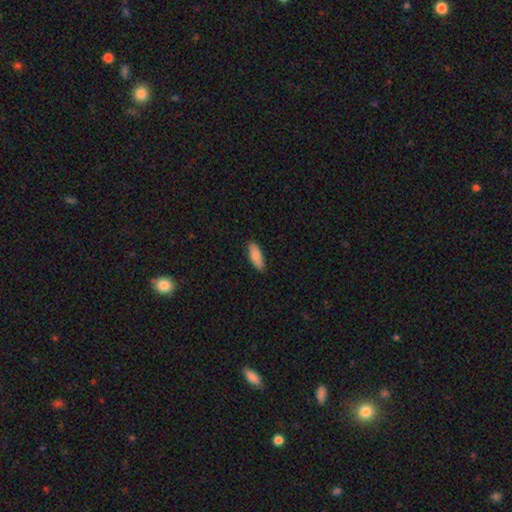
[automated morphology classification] Smooth or featured: smooth — 86% (featured or disk — 9%)
How rounded: in between — 67% (cigar-shaped — 31%)
Merging: none — 86% (minor disturbance — 11%)